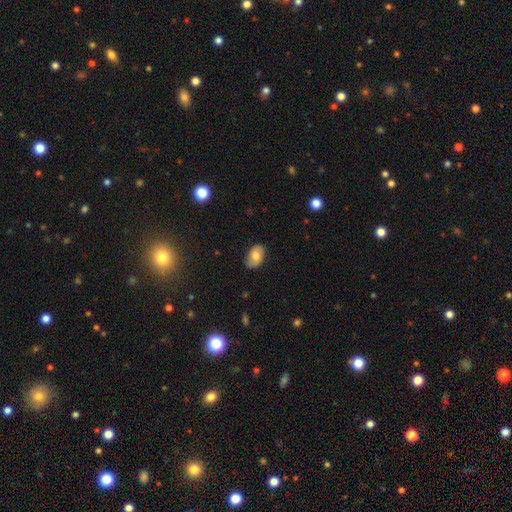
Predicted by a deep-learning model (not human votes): Smooth or featured: smooth — 70% (featured or disk — 22%)
How rounded: in between — 90% (round — 9%)
Merging: none — 81% (minor disturbance — 15%)